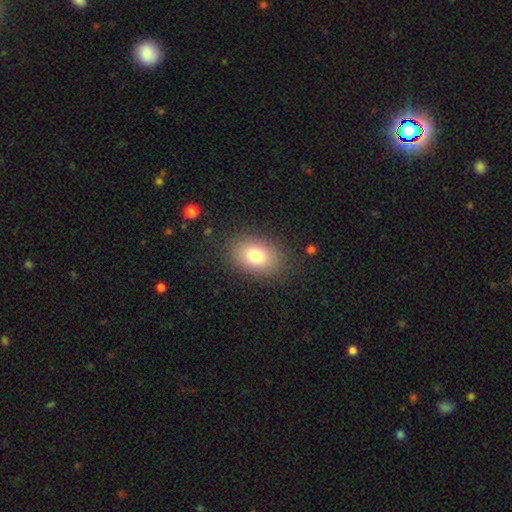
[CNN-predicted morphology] Overall: smooth (79%). How rounded: in between (78%). Merging: none (85%).